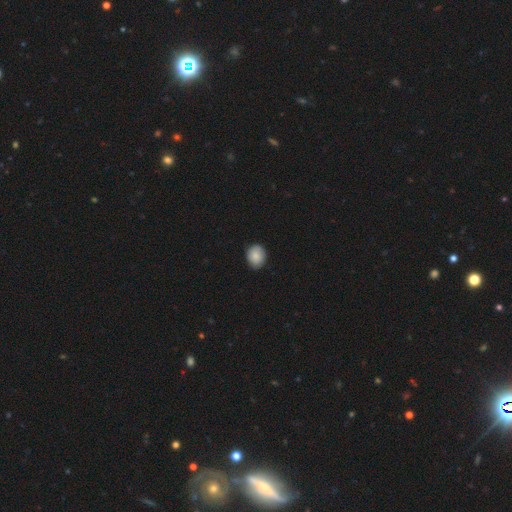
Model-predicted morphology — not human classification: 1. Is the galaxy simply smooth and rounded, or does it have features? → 86% smooth, 7% star or artifact, 7% featured or disk.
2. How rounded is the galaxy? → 59% round, 40% in between, 1% cigar-shaped.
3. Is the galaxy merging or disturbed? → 85% none, 12% minor disturbance, 2% major disturbance, 1% merger.